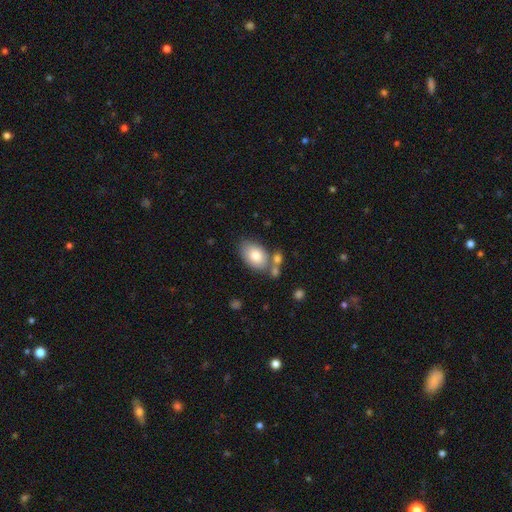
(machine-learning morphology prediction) smooth-or-featured: smooth: 79% | featured or disk: 14% | star or artifact: 7%
  how-rounded: in between: 89% | round: 9% | cigar-shaped: 1%
  merging: none: 61% | merger: 17% | minor disturbance: 16% | major disturbance: 5%